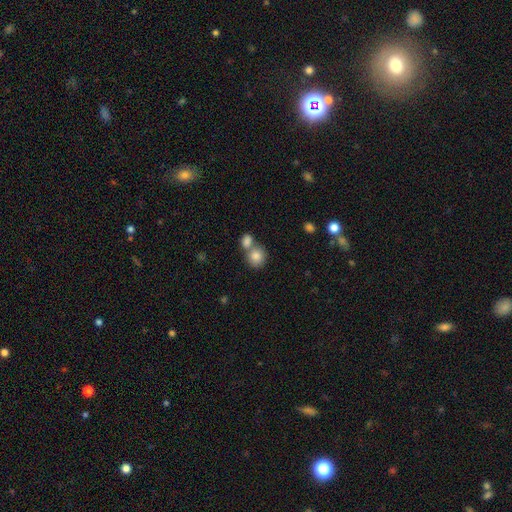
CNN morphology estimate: smooth 83%, star or artifact 8%, featured or disk 8%. Down the decision tree: how rounded — round (79%); merging — merger (49%).